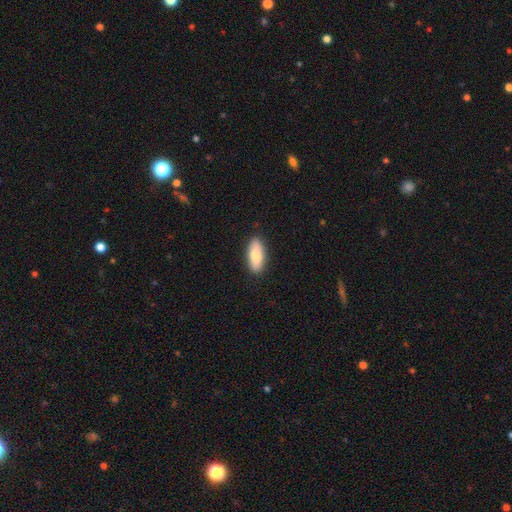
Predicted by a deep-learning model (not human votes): Smooth or featured: smooth — 81% (featured or disk — 13%)
How rounded: in between — 80% (cigar-shaped — 17%)
Merging: none — 86% (minor disturbance — 11%)